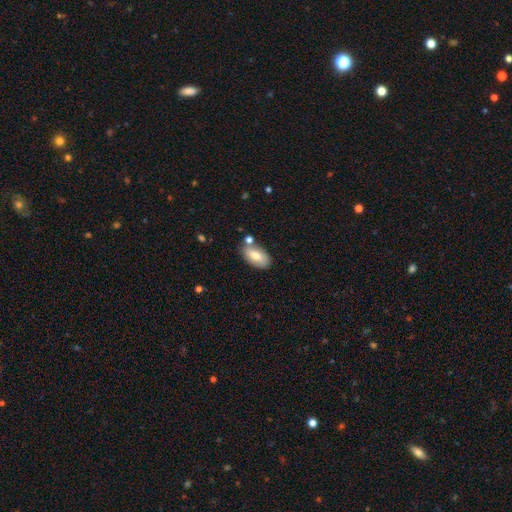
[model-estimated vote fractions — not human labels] A smooth galaxy with no disk features (75%) that is in between round and cigar-shaped (93%).

Vote fractions:
- Smooth or featured? smooth: 75% / featured or disk: 19% / star or artifact: 7%
- How rounded? in between: 93% / round: 4% / cigar-shaped: 4%
- Merging? none: 69% / minor disturbance: 15% / merger: 13% / major disturbance: 3%